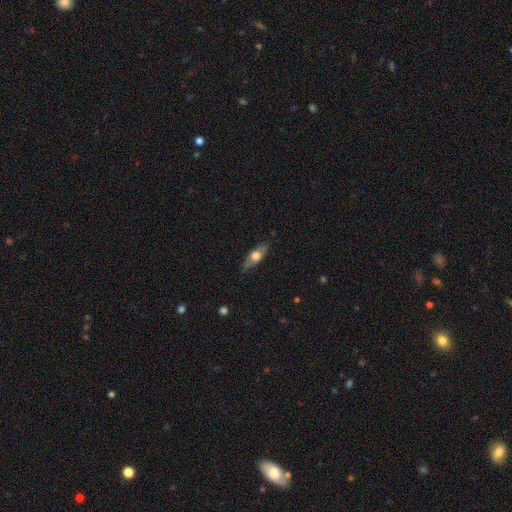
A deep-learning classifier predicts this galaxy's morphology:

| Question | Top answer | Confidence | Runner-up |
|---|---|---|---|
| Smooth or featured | smooth | 52% | featured or disk (42%) |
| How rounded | in between | 63% | cigar-shaped (32%) |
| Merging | none | 77% | minor disturbance (18%) |